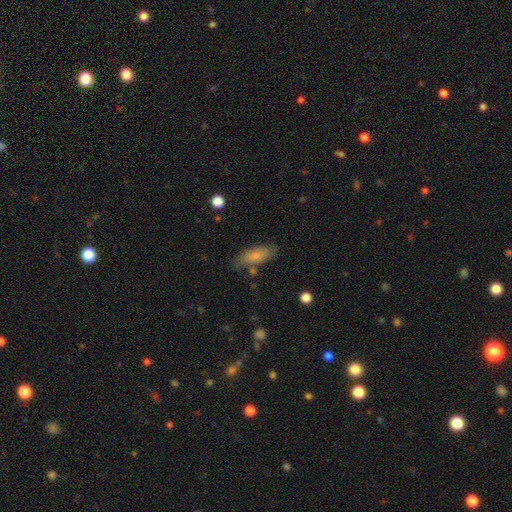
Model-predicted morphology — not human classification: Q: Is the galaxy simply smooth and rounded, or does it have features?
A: smooth — 76%.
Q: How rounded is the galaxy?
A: in between — 74%.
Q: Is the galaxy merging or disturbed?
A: none — 68%.